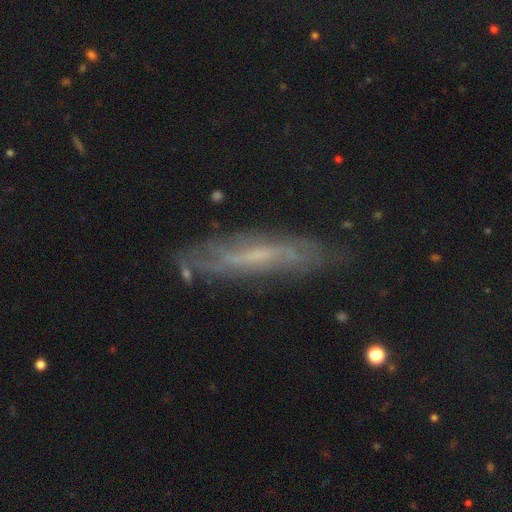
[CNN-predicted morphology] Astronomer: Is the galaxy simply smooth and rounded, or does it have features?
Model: featured or disk — 62%.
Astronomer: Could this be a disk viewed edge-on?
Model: yes — 54% (runner-up: no, 46%).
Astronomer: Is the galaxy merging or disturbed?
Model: none — 73%.